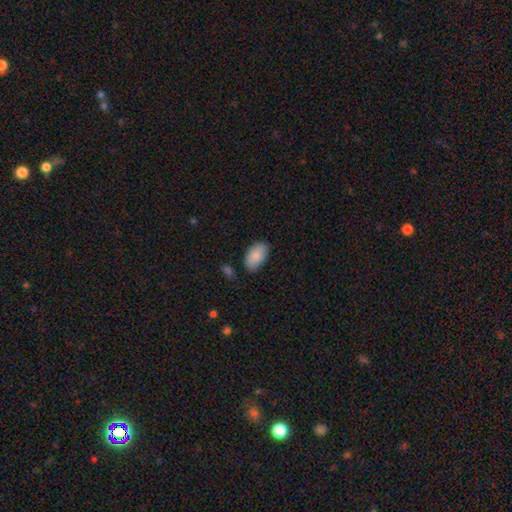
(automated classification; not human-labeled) Smooth or featured? smooth (86%)
How rounded? in between (93%)
Merging? none (76%)